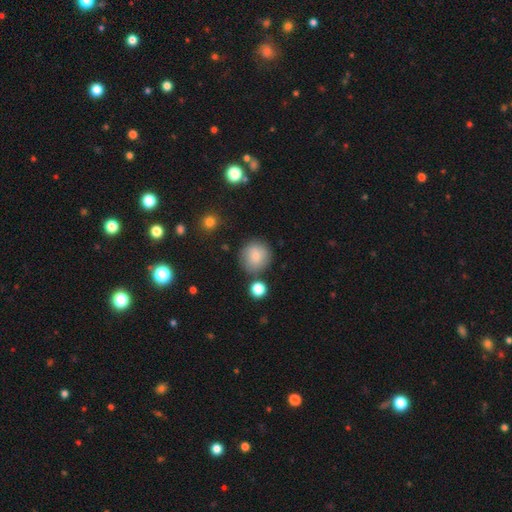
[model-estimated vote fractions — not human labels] Smooth or featured: smooth — 81% (featured or disk — 10%)
How rounded: round — 90% (in between — 9%)
Merging: none — 78% (minor disturbance — 12%)